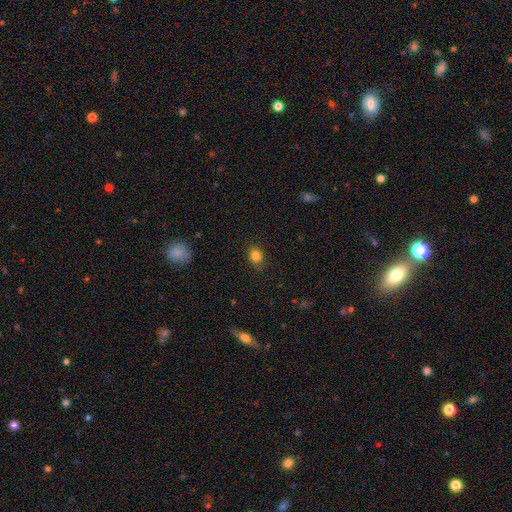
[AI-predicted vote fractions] The model was most divided on "how rounded": in between: 52%, round: 47%, cigar-shaped: 1%. More confident: merging — none (84%); smooth or featured — smooth (83%).